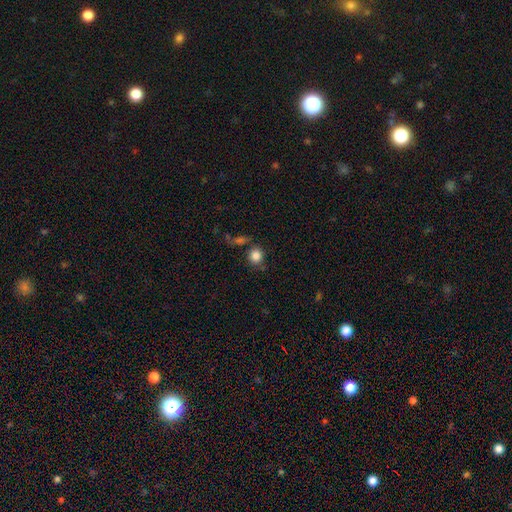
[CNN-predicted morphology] Q: Smooth or featured?
A: smooth (85%); runner-up: star or artifact (10%)
Q: How rounded?
A: round (84%); runner-up: in between (15%)
Q: Merging?
A: none (74%); runner-up: minor disturbance (12%)